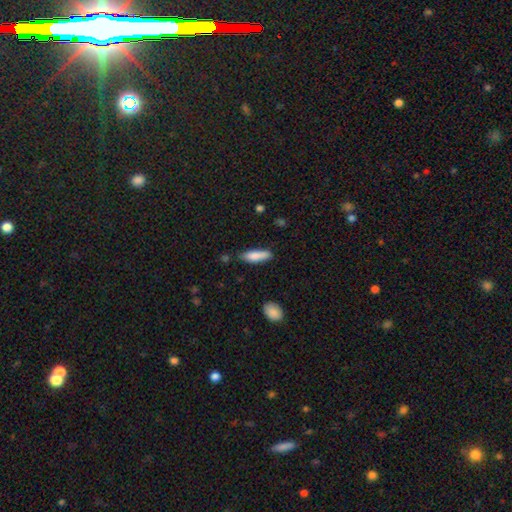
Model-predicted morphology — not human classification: A smooth galaxy with no disk features (83%) that is cigar-shaped (60%).

Vote fractions:
- Smooth or featured? smooth: 83% / featured or disk: 11% / star or artifact: 6%
- How rounded? cigar-shaped: 60% / in between: 38% / round: 2%
- Merging? none: 74% / minor disturbance: 19% / merger: 4% / major disturbance: 3%